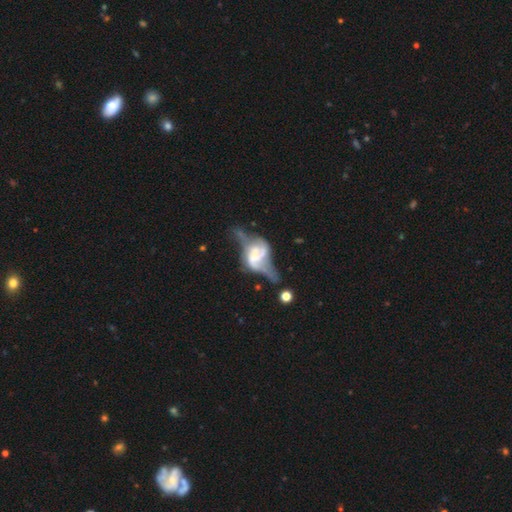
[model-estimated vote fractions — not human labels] The model was most divided on "bulge size": none: 32%, small: 22%, moderate: 21%, large: 19%, dominant: 6%. Remaining: edge-on disk — no (88%); smooth or featured — featured or disk (70%); spiral arms — yes (64%); bar — no (54%); merging — major disturbance (43%).